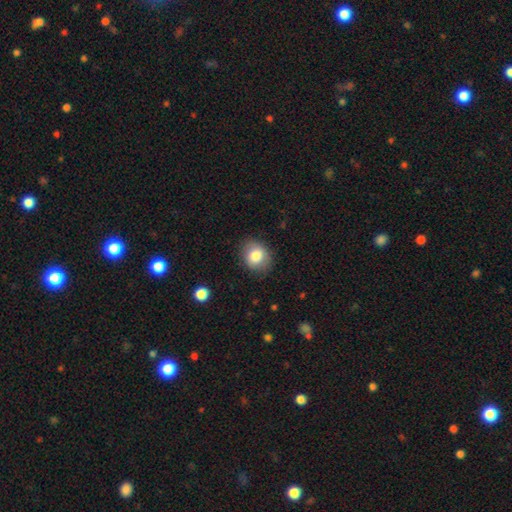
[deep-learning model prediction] This appears to be a smooth galaxy with no disk features (81%) that is round (61%). Merging: none (81%).